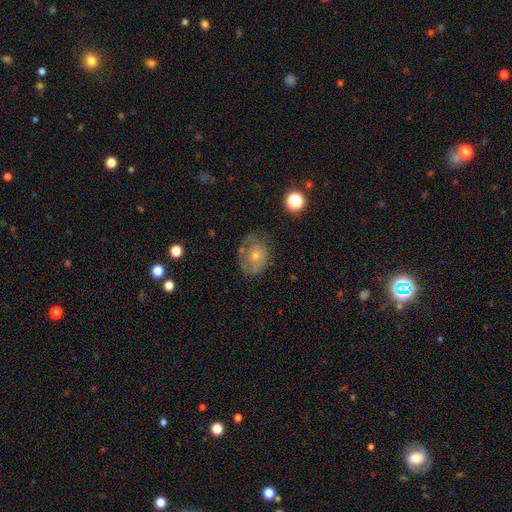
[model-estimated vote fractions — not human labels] smooth_or_featured: featured or disk (p=0.46) [alt: smooth p=0.43]
merging: none (p=0.61) [alt: minor disturbance p=0.24]